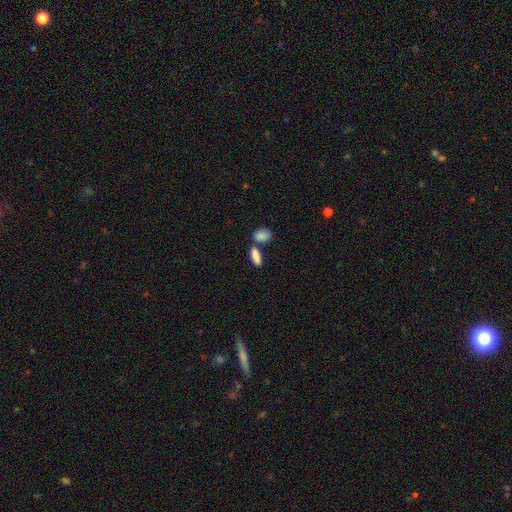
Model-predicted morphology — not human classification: A smooth galaxy with no disk features (86%) that is in between round and cigar-shaped (71%). Merging: none (55%).